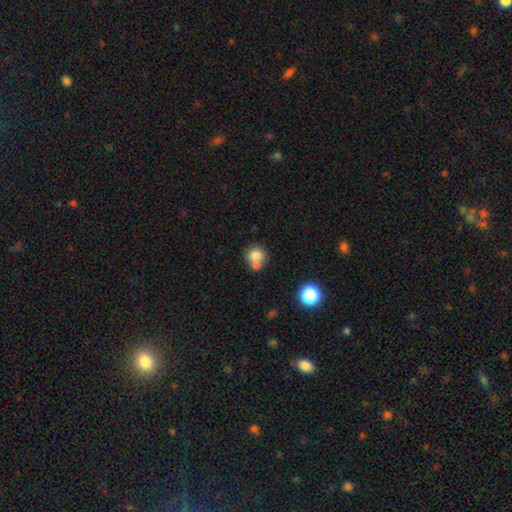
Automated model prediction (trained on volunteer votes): This appears to be a smooth galaxy with no disk features (76%) that is round (83%). Merging: none (46%).